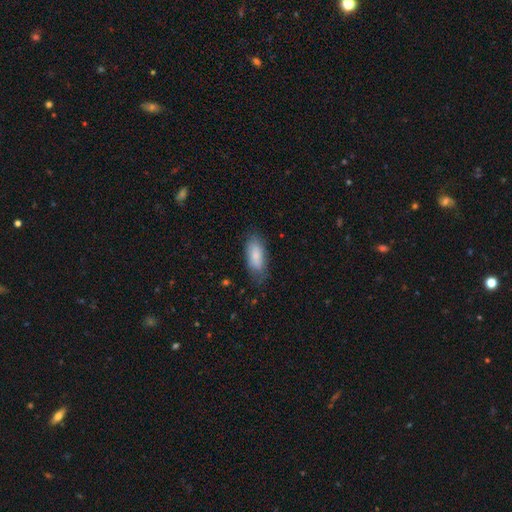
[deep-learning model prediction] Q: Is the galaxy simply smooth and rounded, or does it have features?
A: smooth — 83%.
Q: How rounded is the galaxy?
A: in between — 81%.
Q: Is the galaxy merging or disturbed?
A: none — 75%.